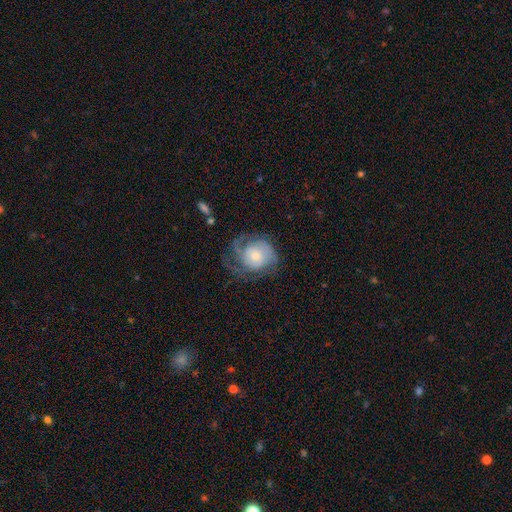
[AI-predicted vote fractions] This appears to be a featured or disk galaxy (68%) with no bar (76%), 2 (35%) tight (45%) spiral arms (87%) and a small central bulge (45%). Merging: none (51%).